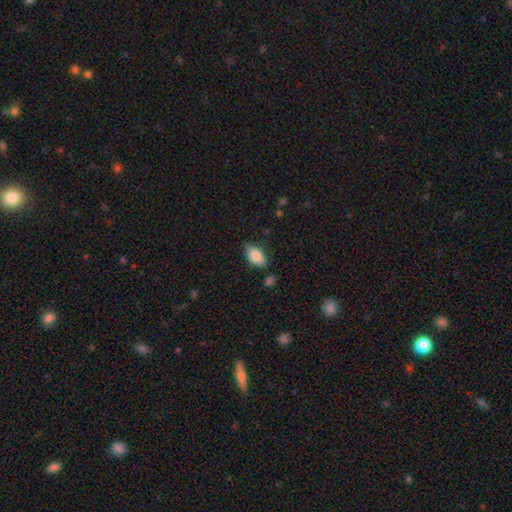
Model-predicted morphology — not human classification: This appears to be a smooth galaxy with no disk features (82%) that is in between round and cigar-shaped (91%). Merging: none (72%).